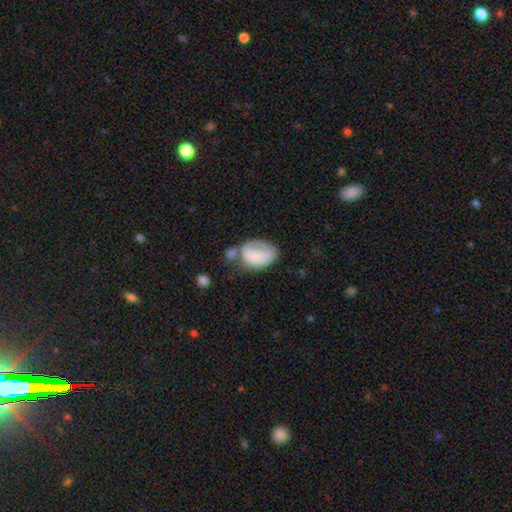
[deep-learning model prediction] Morphology: type=smooth (74%); roundness=in between (80%); merging=minor disturbance (28%, tied with none).